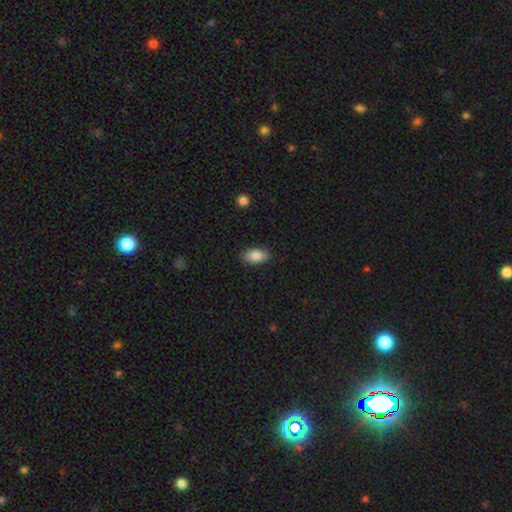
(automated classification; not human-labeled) Smooth or featured? Predicted: smooth (p=0.86). How rounded? Predicted: in between (p=0.93). Merging? Predicted: none (p=0.88).